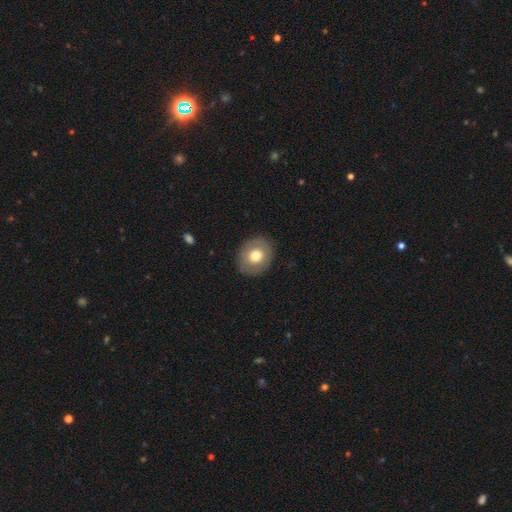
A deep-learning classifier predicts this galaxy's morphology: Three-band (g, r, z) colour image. It shows a smooth galaxy with no disk features (68%) that is round (72%). Merging: none (87%).